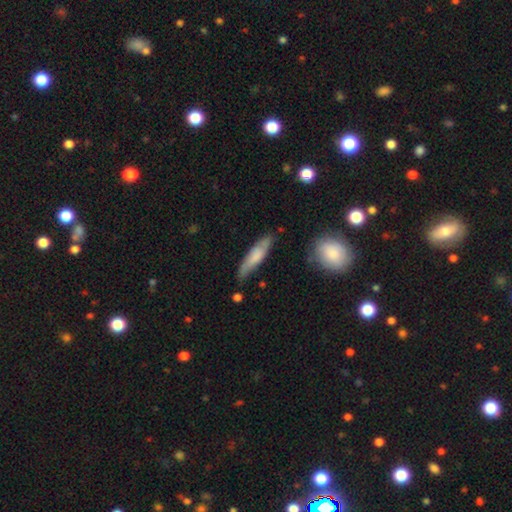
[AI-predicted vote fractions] smooth_or_featured: smooth (p=0.64) [alt: featured or disk p=0.30]
how_rounded: cigar-shaped (p=0.75) [alt: in between p=0.23]
merging: none (p=0.74) [alt: minor disturbance p=0.19]